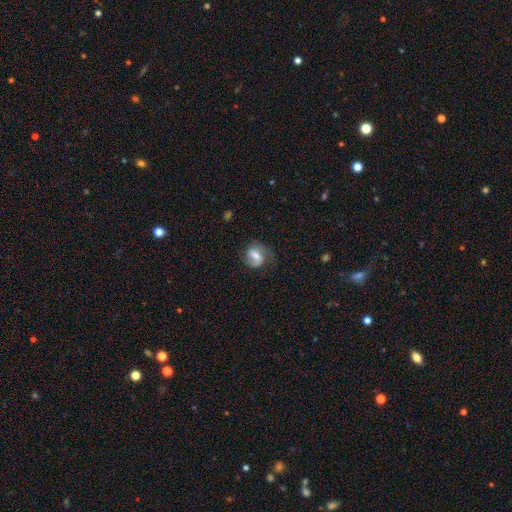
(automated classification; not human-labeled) smooth_or_featured: featured or disk (p=0.56) [alt: smooth p=0.36]
disk_edge_on: no (p=0.96) [alt: yes p=0.04]
bar: weak (p=0.45) [alt: strong p=0.32]
has_spiral_arms: yes (p=0.85) [alt: no p=0.15]
bulge_size: moderate (p=0.55) [alt: small p=0.28]
merging: none (p=0.62) [alt: minor disturbance p=0.22]